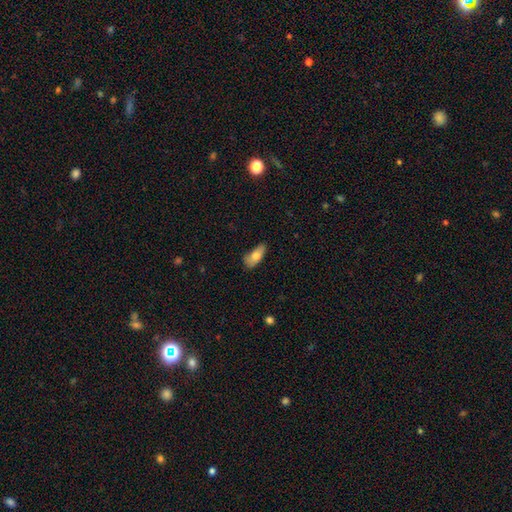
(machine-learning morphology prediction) Overall: smooth (76%). How rounded: in between (83%). Merging: none (58%; minor disturbance 32%).